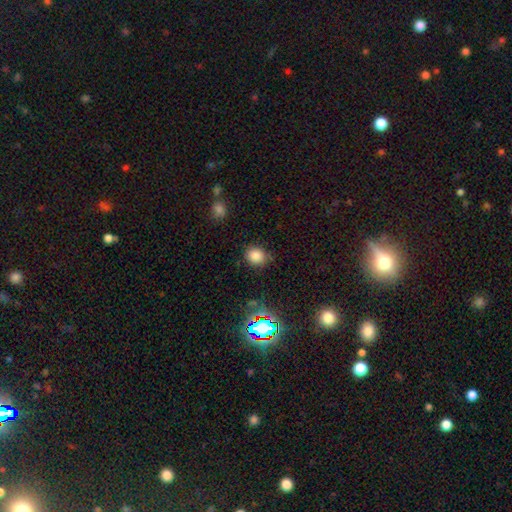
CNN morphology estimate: This is clearly a smooth galaxy (80%). How rounded: likely round (72%). Merging: likely none (77%).